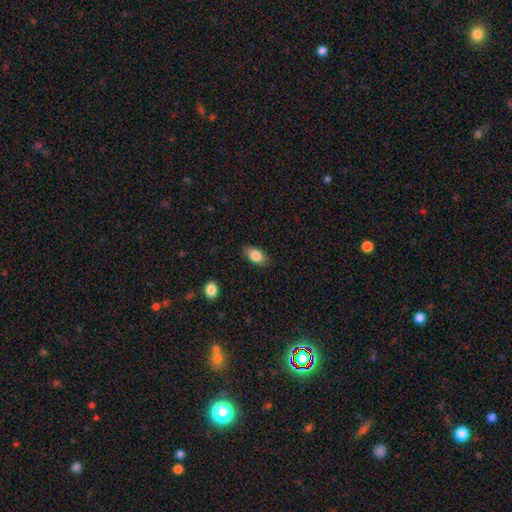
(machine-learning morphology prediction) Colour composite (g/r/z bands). It shows a smooth galaxy with no disk features (82%) that is in between round and cigar-shaped (89%). Merging: none (83%).